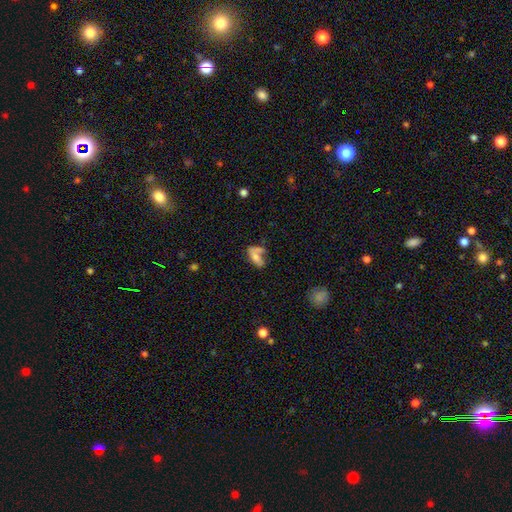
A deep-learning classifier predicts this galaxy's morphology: A smooth galaxy with no disk features (58%) that is in between round and cigar-shaped (76%).

Vote fractions:
- Smooth or featured? smooth: 58% / featured or disk: 31% / star or artifact: 10%
- How rounded? in between: 76% / cigar-shaped: 18% / round: 6%
- Merging? none: 35% / merger: 26% / major disturbance: 20% / minor disturbance: 19%